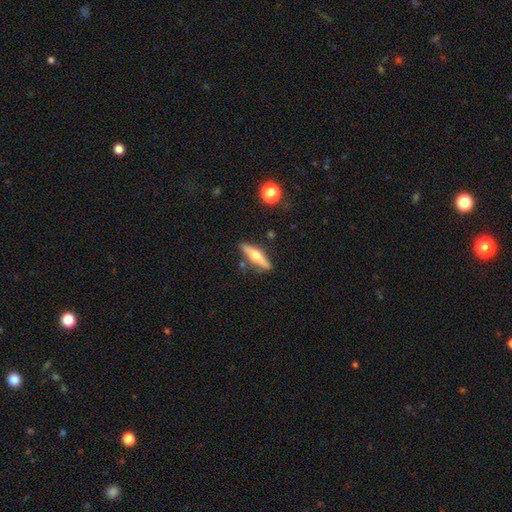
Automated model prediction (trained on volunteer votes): smooth_or_featured: featured or disk (p=0.56) [alt: smooth p=0.37]
disk_edge_on: yes (p=0.94) [alt: no p=0.06]
edge_on_bulge: rounded (p=0.92) [alt: boxy p=0.04]
merging: none (p=0.82) [alt: minor disturbance p=0.11]